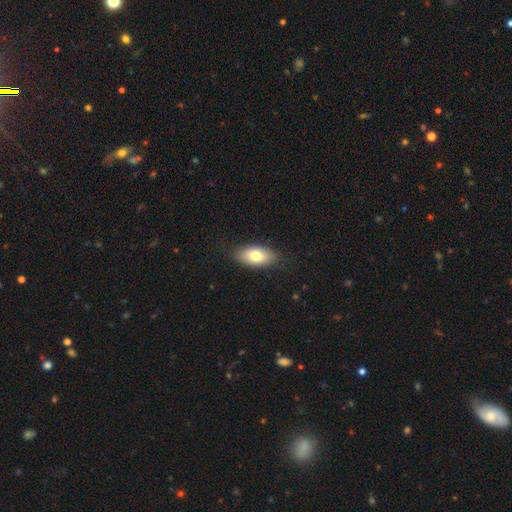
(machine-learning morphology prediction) smooth-or-featured: smooth: 75% | featured or disk: 17% | star or artifact: 7%
  how-rounded: in between: 90% | cigar-shaped: 5% | round: 5%
  merging: none: 85% | minor disturbance: 11% | major disturbance: 3% | merger: 1%